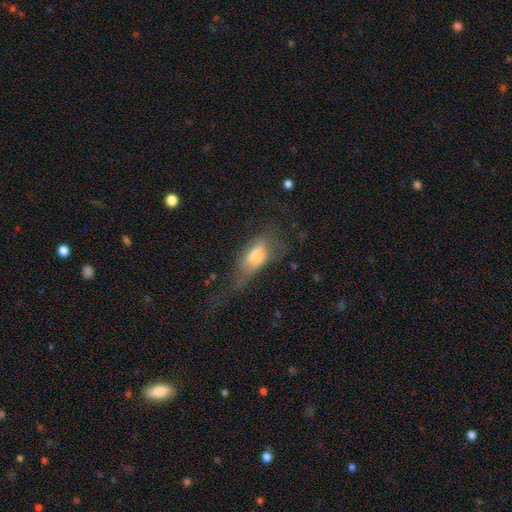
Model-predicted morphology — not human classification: Smooth or featured? smooth (60%)
How rounded? in between (80%)
Merging? major disturbance (47%)